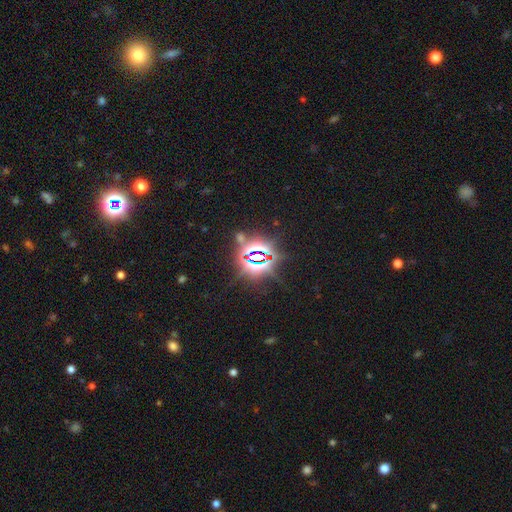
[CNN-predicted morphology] A star or artifact, not a galaxy (83%).

Vote fractions:
- Smooth or featured? star or artifact: 83% / smooth: 10% / featured or disk: 7%